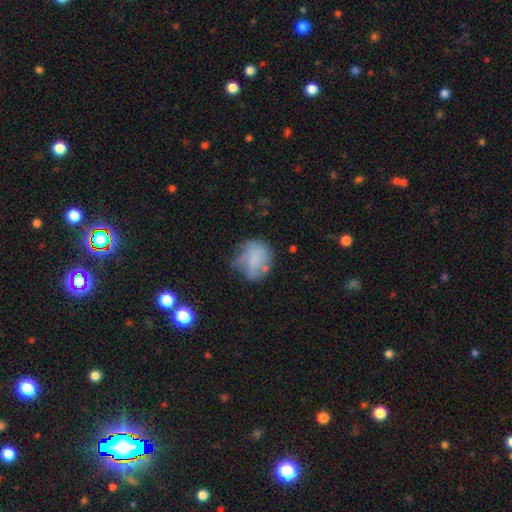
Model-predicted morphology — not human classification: Q: Smooth or featured?
A: smooth (62%); runner-up: featured or disk (28%)
Q: How rounded?
A: round (70%); runner-up: in between (29%)
Q: Merging?
A: none (44%); runner-up: minor disturbance (31%)